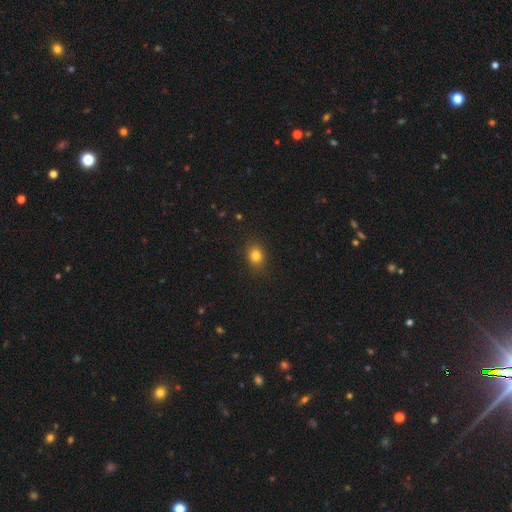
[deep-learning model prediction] Smooth or featured? Predicted: smooth (p=0.82). How rounded? Predicted: in between (p=0.52). Merging? Predicted: none (p=0.87).